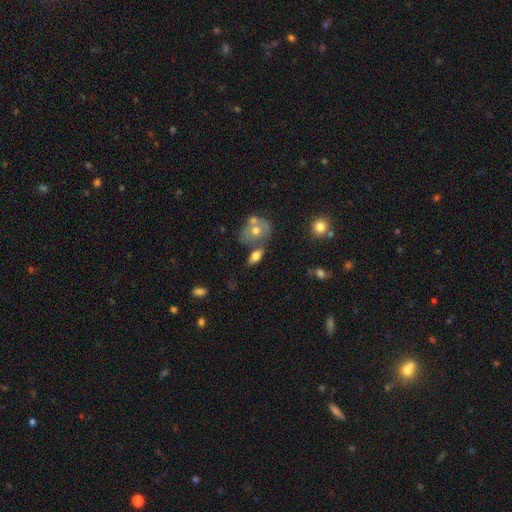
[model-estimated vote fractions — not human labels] smooth-or-featured: smooth: 68% | featured or disk: 23% | star or artifact: 9%
  how-rounded: in between: 81% | round: 12% | cigar-shaped: 6%
  merging: none: 47% | merger: 29% | minor disturbance: 16% | major disturbance: 7%